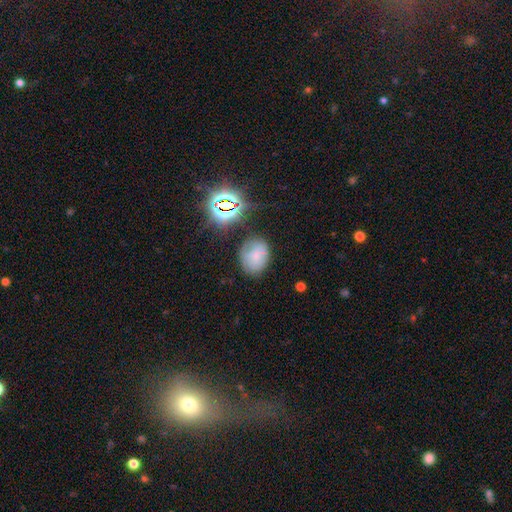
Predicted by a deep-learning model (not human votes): This is likely a smooth galaxy (61%). How rounded: possibly in between (54%). Merging: likely none (65%).